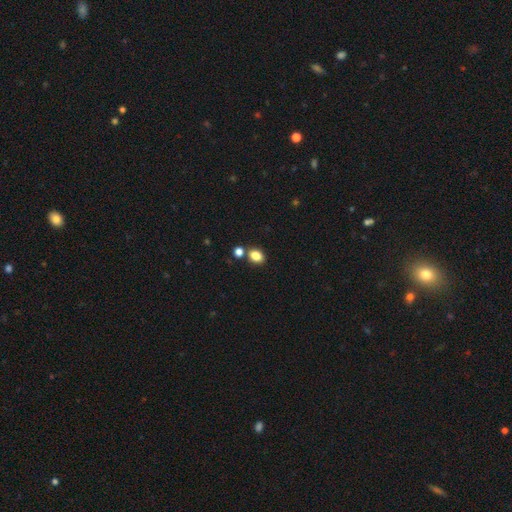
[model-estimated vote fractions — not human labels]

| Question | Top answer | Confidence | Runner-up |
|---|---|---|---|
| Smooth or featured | smooth | 84% | star or artifact (11%) |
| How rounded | in between | 63% | round (36%) |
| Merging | none | 71% | merger (16%) |